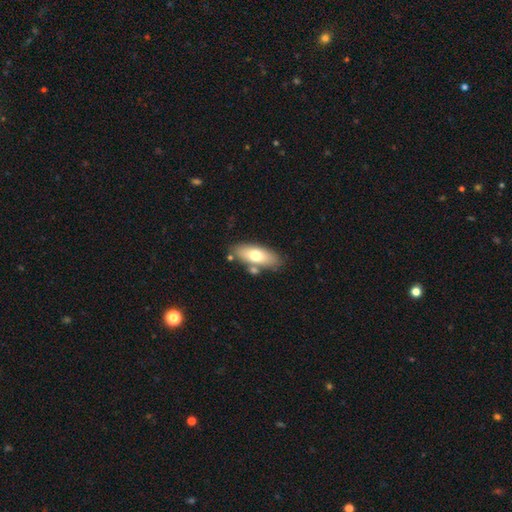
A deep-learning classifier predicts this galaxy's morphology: This appears to be a smooth galaxy with no disk features (68%) that is in between round and cigar-shaped (76%). Merging: none (74%).